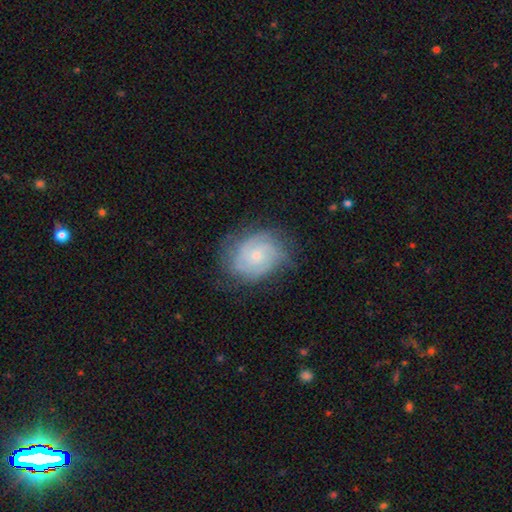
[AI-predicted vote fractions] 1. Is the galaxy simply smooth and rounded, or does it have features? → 75% featured or disk, 18% smooth, 7% star or artifact.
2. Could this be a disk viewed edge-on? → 98% no, 2% yes.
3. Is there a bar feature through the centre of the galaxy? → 74% no, 23% weak, 3% strong.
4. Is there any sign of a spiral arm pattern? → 94% yes, 6% no.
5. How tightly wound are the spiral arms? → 65% tight, 28% medium, 7% loose.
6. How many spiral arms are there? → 34% can't tell, 25% 2, 23% 3, 9% 4, 5% 1, 5% more than 4.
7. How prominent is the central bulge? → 65% small, 30% moderate, 3% none, 1% large, 1% dominant.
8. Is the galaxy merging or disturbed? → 70% none, 21% minor disturbance, 8% major disturbance, 1% merger.